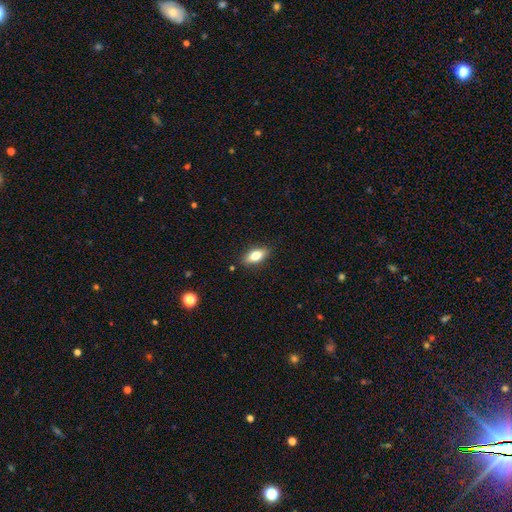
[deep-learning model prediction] This is likely a smooth galaxy (77%). How rounded: clearly in between (82%). Merging: clearly none (86%).